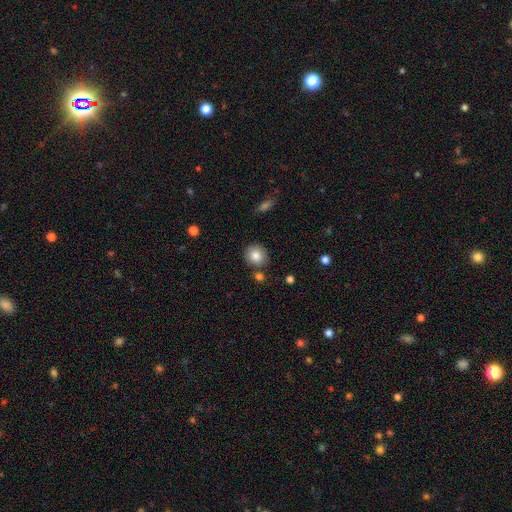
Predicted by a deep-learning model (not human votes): Smooth or featured? Predicted: smooth (p=0.84). How rounded? Predicted: round (p=0.84). Merging? Predicted: none (p=0.81).